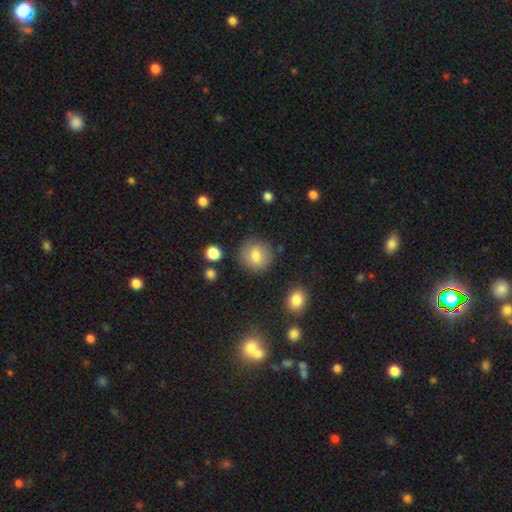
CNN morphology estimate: The model was most divided on "smooth or featured": smooth: 78%, featured or disk: 13%, star or artifact: 9%. More confident: how rounded — round (90%); merging — none (84%).